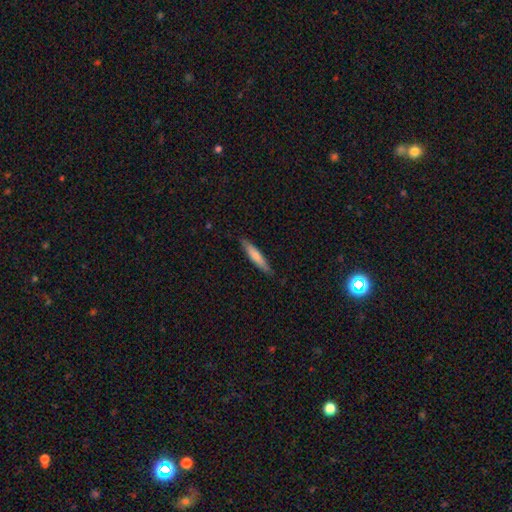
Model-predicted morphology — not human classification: This is likely a smooth galaxy (74%). How rounded: clearly cigar-shaped (88%). Merging: clearly none (85%).